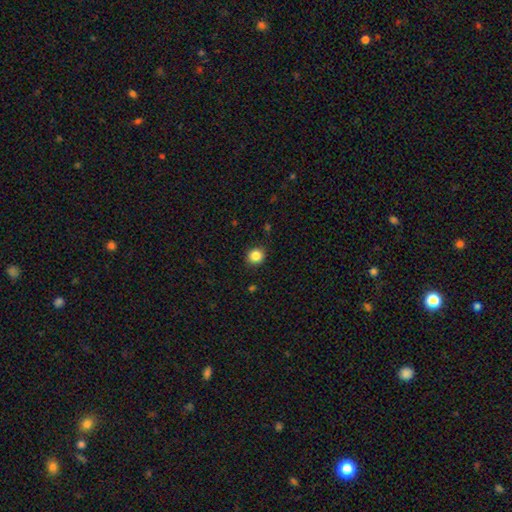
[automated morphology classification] This appears to be a smooth galaxy with no disk features (86%) that is round (86%). Merging: none (90%).